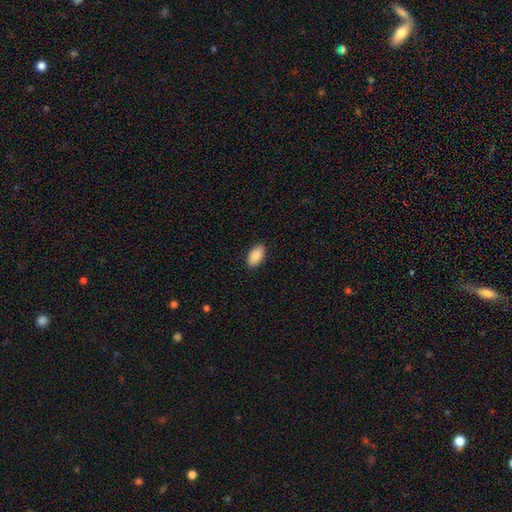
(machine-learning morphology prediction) A smooth galaxy with no disk features (89%) that is in between round and cigar-shaped (94%).

Vote fractions:
- Smooth or featured? smooth: 89% / star or artifact: 6% / featured or disk: 4%
- How rounded? in between: 94% / cigar-shaped: 3% / round: 3%
- Merging? none: 89% / minor disturbance: 8% / major disturbance: 2% / merger: 1%